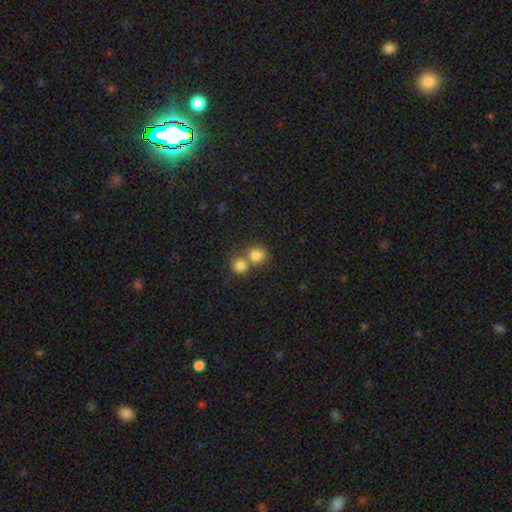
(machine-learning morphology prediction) Smooth or featured? Predicted: smooth (p=0.81). How rounded? Predicted: round (p=0.79). Merging? Predicted: merger (p=0.50).